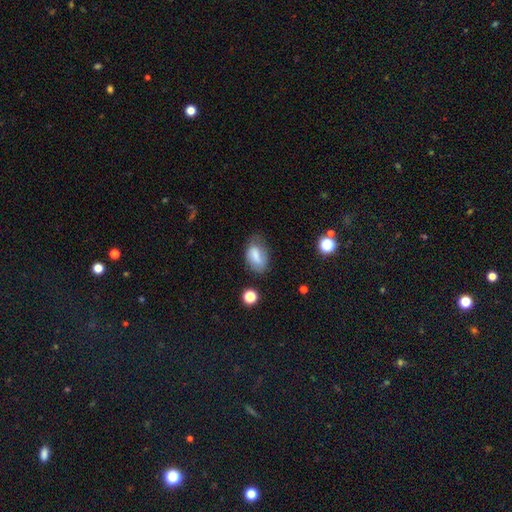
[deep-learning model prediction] Morphology: type=smooth (74%); roundness=in between (89%); merging=none (58%).